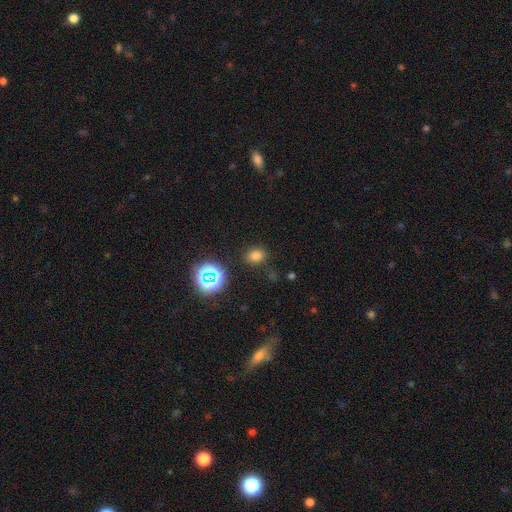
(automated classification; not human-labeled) Smooth or featured: smooth — 72% (star or artifact — 22%)
How rounded: in between — 51% (round — 48%)
Merging: none — 82% (minor disturbance — 11%)